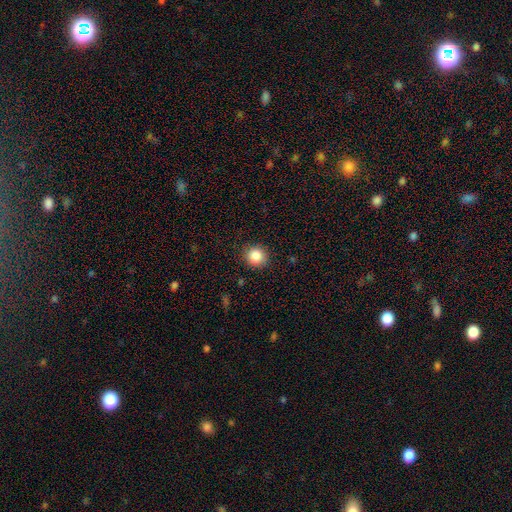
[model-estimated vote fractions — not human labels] This is clearly a smooth galaxy (86%). How rounded: clearly round (90%). Merging: clearly none (89%).